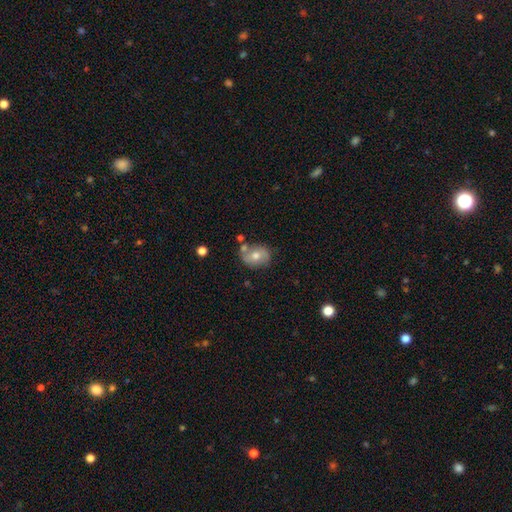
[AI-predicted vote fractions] Smooth or featured?
  - smooth: 59% *
  - featured or disk: 33%
  - star or artifact: 9%
How rounded?
  - round: 55% *
  - in between: 44%
  - cigar-shaped: 1%
Merging?
  - none: 66% *
  - minor disturbance: 18%
  - merger: 12%
  - major disturbance: 5%